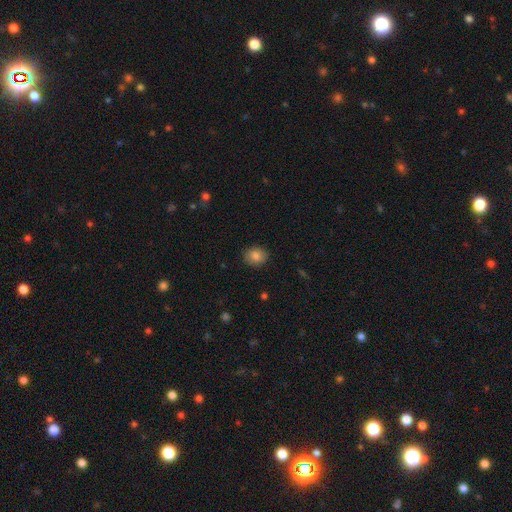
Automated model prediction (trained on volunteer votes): Smooth or featured?
  - smooth: 84% *
  - star or artifact: 9%
  - featured or disk: 7%
How rounded?
  - round: 64% *
  - in between: 35%
  - cigar-shaped: 1%
Merging?
  - none: 87% *
  - minor disturbance: 9%
  - major disturbance: 2%
  - merger: 1%